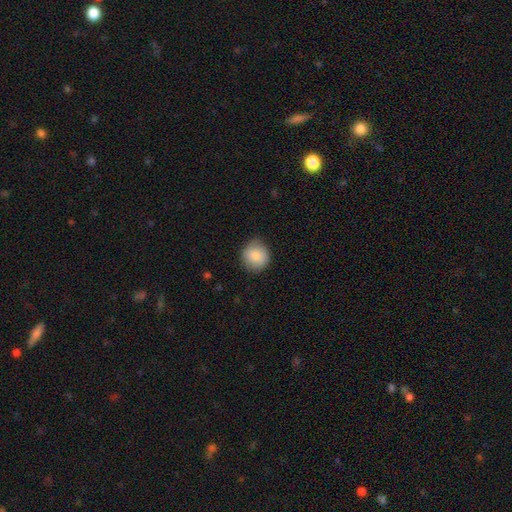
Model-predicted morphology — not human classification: This appears to be a smooth galaxy with no disk features (85%) that is round (90%). Merging: none (81%).